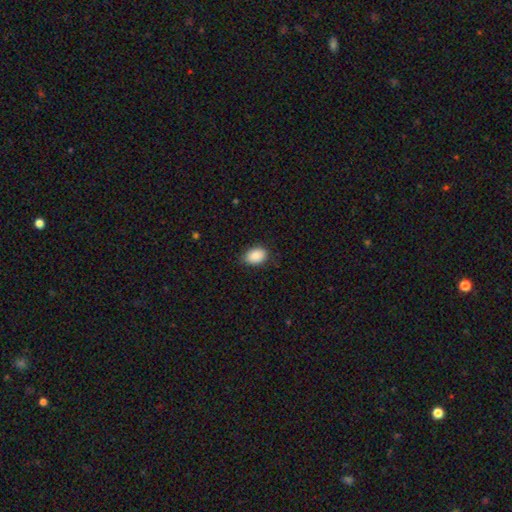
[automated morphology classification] The model was most divided on "merging": none: 80%, minor disturbance: 17%, major disturbance: 3%, merger: 1%. More confident: smooth or featured — smooth (88%); how rounded — in between (83%).